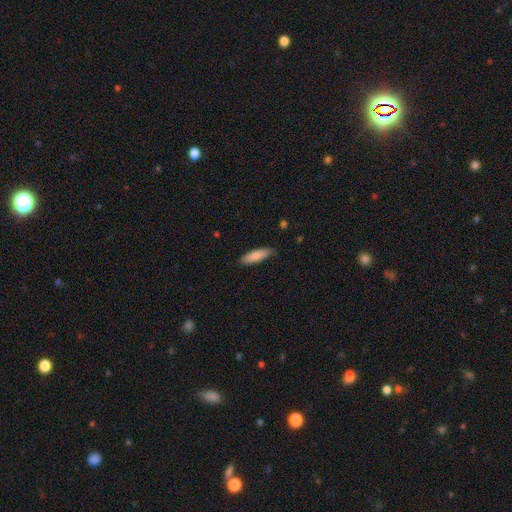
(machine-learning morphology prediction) The model was most divided on "how rounded": cigar-shaped: 62%, in between: 37%, round: 1%. More confident: smooth or featured — smooth (85%); merging — none (80%).